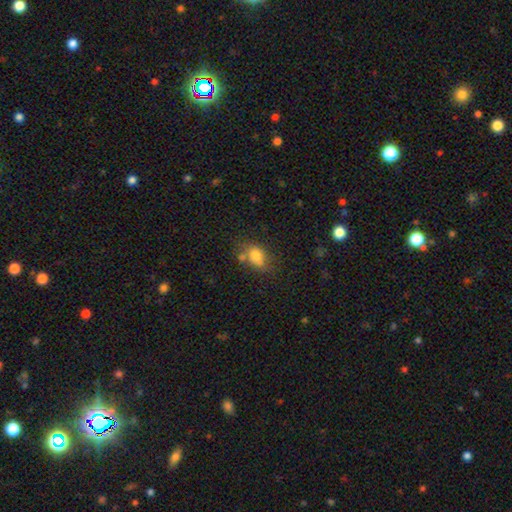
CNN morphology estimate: smooth-or-featured: smooth: 76% | featured or disk: 13% | star or artifact: 11%
  how-rounded: in between: 71% | round: 27% | cigar-shaped: 2%
  merging: none: 48% | minor disturbance: 23% | merger: 19% | major disturbance: 9%